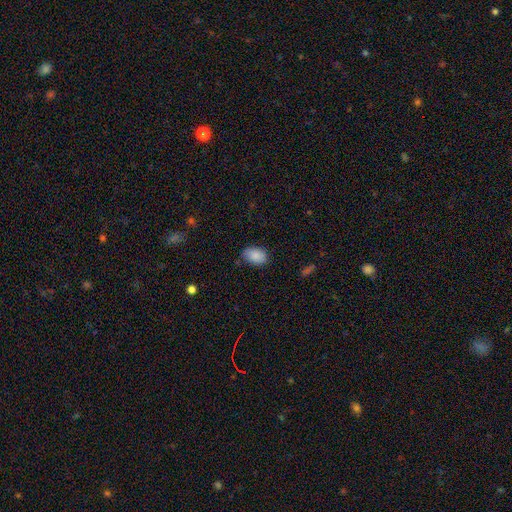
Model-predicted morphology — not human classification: Q: Smooth or featured?
A: smooth (87%); runner-up: star or artifact (7%)
Q: How rounded?
A: in between (84%); runner-up: round (15%)
Q: Merging?
A: none (72%); runner-up: minor disturbance (22%)